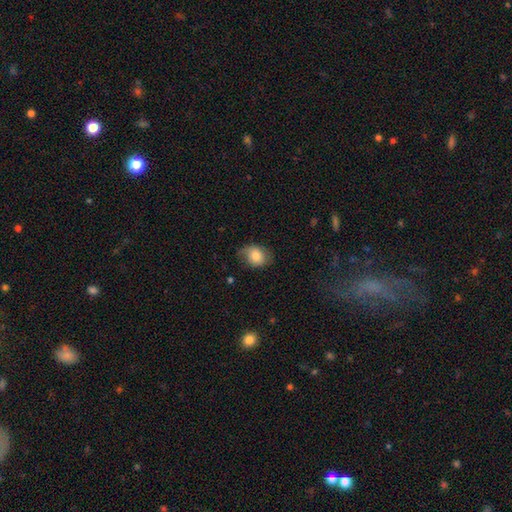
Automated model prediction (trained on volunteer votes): Overall: smooth (77%). How rounded: in between (59%; round 40%). Merging: none (67%).